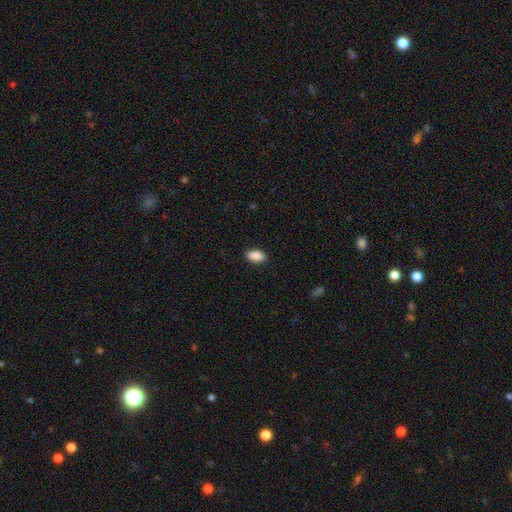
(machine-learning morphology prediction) smooth 90%, star or artifact 7%, featured or disk 3%. Down the decision tree: how rounded — in between (93%); merging — none (90%).